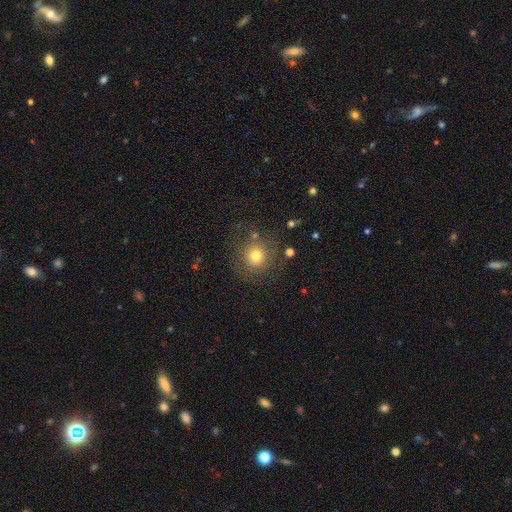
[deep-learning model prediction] smooth 74%, star or artifact 14%, featured or disk 13%. Down the decision tree: how rounded — round (90%); merging — none (79%).